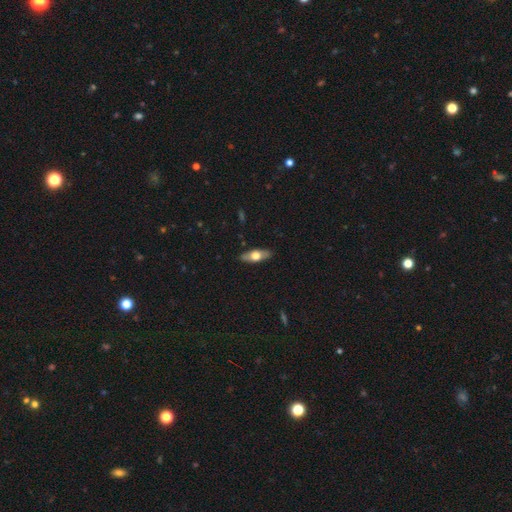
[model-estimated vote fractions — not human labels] Morphology: type=smooth (52%); roundness=in between (70%); merging=none (86%).